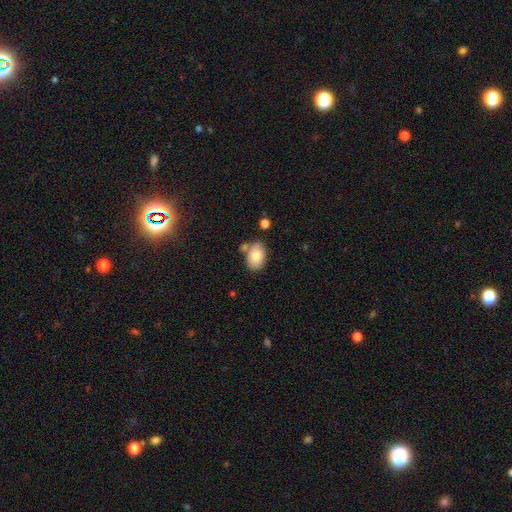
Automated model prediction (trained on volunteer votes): The model was most divided on "merging": none: 70%, minor disturbance: 15%, merger: 12%, major disturbance: 4%. More confident: how rounded — in between (87%); smooth or featured — smooth (82%).